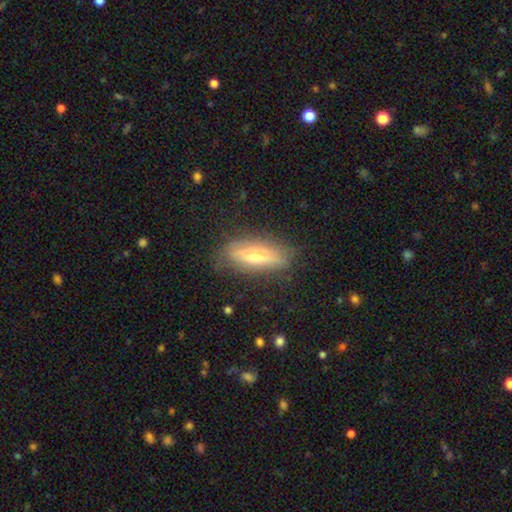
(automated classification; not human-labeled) This is possibly a smooth galaxy (52%). How rounded: possibly in between (49%). Merging: likely none (79%).